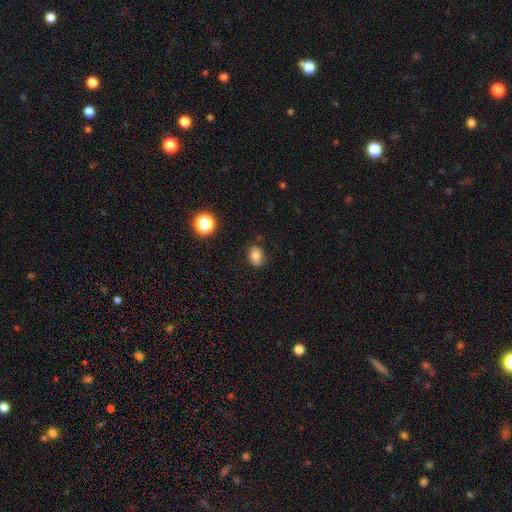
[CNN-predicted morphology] A smooth galaxy with no disk features (80%) that is in between round and cigar-shaped (66%). Merging: none (83%).